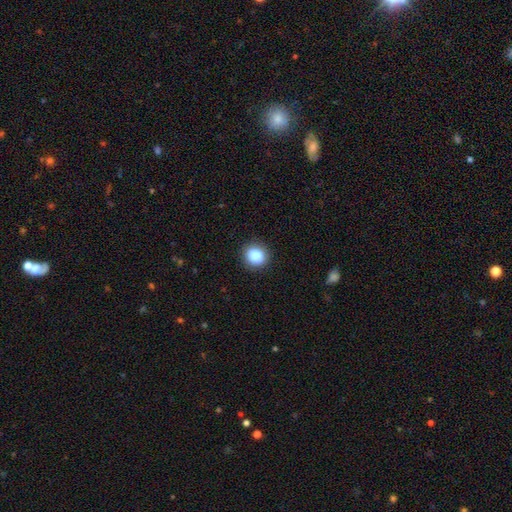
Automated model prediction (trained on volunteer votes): smooth 86%, star or artifact 10%, featured or disk 4%. Down the decision tree: how rounded — round (84%); merging — none (87%).